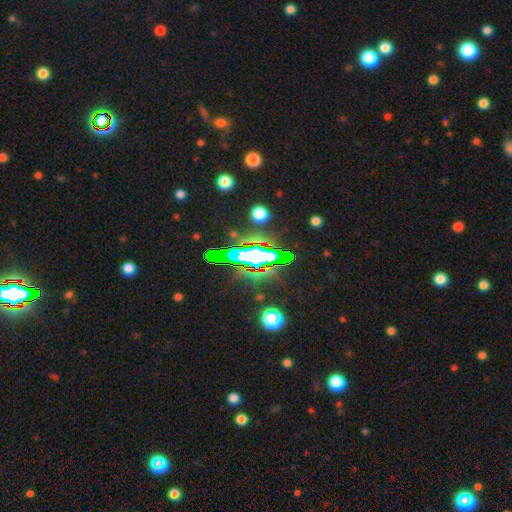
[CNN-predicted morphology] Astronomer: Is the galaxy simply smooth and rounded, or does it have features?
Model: star or artifact — 63%.